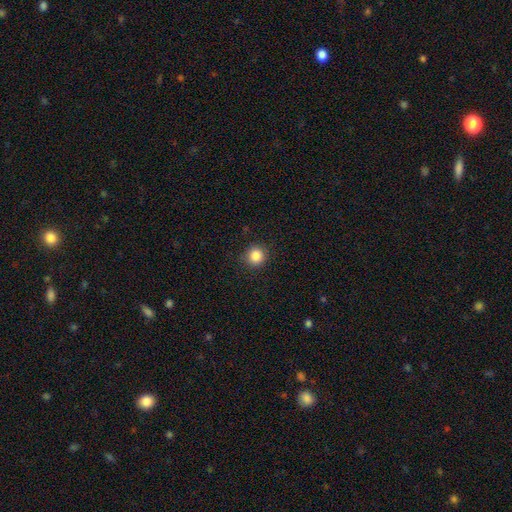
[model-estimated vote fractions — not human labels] smooth_or_featured: smooth (p=0.86) [alt: star or artifact p=0.10]
how_rounded: round (p=0.92) [alt: in between p=0.07]
merging: none (p=0.90) [alt: minor disturbance p=0.07]